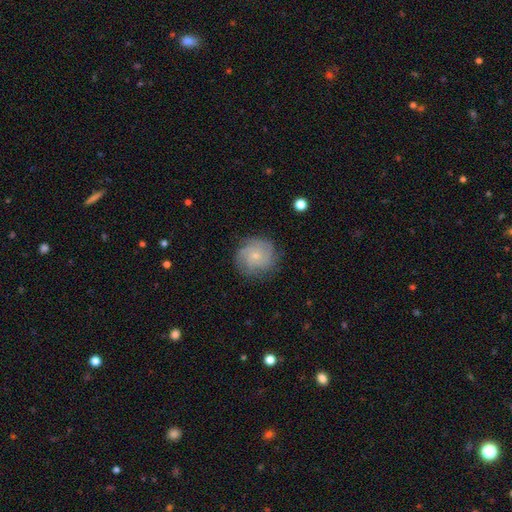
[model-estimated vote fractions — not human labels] smooth_or_featured: featured or disk (p=0.61) [alt: smooth p=0.30]
disk_edge_on: no (p=0.98) [alt: yes p=0.02]
bar: no (p=0.81) [alt: weak p=0.17]
has_spiral_arms: yes (p=0.90) [alt: no p=0.10]
spiral_winding: tight (p=0.62) [alt: medium p=0.29]
spiral_arm_count: can't tell (p=0.38) [alt: 3 p=0.22]
bulge_size: small (p=0.77) [alt: moderate p=0.18]
merging: none (p=0.78) [alt: minor disturbance p=0.16]